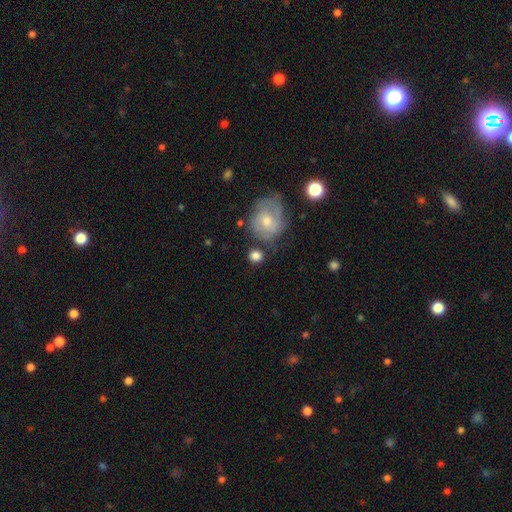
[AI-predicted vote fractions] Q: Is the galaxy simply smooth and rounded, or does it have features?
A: smooth — 80%.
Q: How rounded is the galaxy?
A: round — 78%.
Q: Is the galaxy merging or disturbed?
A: none — 72%.